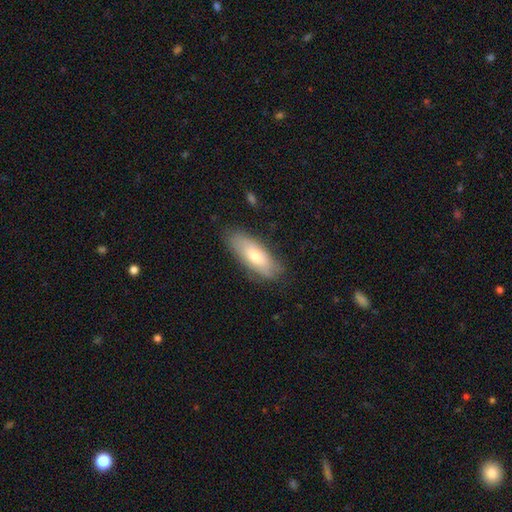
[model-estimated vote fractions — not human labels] Smooth or featured? smooth (67%)
How rounded? in between (73%)
Merging? none (78%)